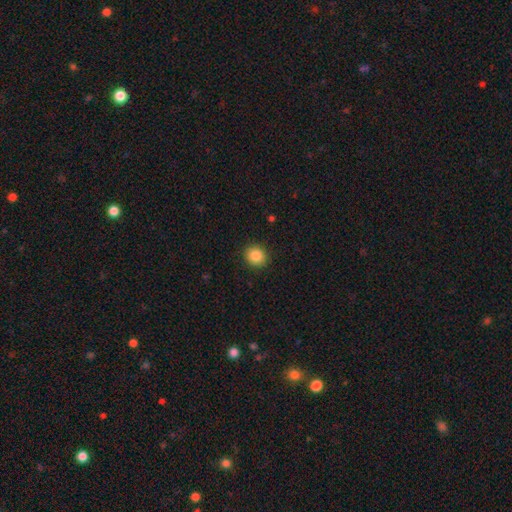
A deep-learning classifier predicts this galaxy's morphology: This is clearly a smooth galaxy (86%). How rounded: clearly round (84%). Merging: clearly none (91%).